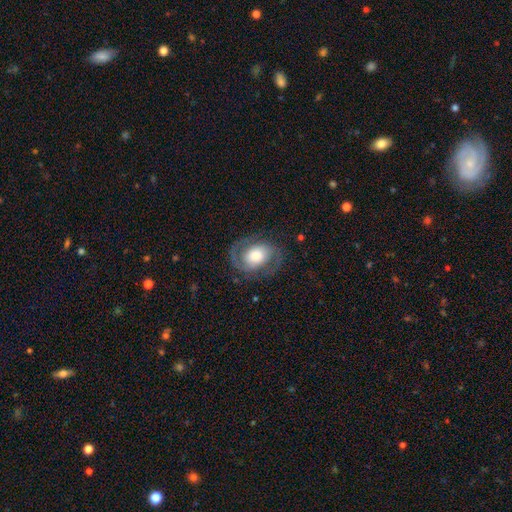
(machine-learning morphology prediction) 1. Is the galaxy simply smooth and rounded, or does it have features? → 76% featured or disk, 18% smooth, 6% star or artifact.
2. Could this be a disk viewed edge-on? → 97% no, 3% yes.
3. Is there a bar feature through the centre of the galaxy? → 64% no, 27% weak, 9% strong.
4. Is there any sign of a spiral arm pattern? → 89% yes, 11% no.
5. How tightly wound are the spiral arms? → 50% medium, 31% tight, 18% loose.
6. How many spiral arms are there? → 90% 2, 4% can't tell, 3% 1, 1% 3, 1% 4, 1% more than 4.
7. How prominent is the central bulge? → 48% large, 34% moderate, 9% dominant, 7% small, 2% none.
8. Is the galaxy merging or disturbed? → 77% none, 14% minor disturbance, 8% major disturbance, 1% merger.